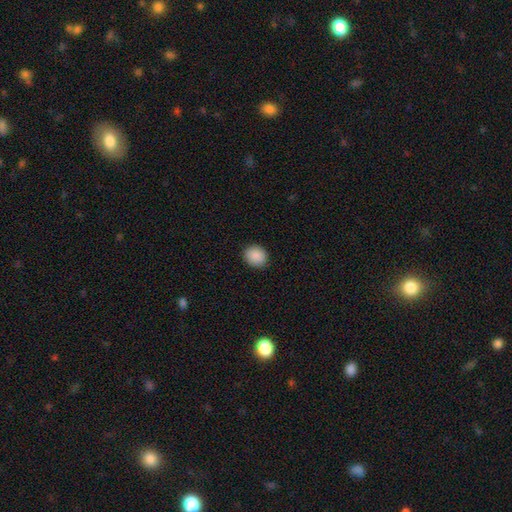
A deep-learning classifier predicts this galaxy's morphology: smooth 89%, star or artifact 8%, featured or disk 3%. Down the decision tree: how rounded — round (73%); merging — none (91%).